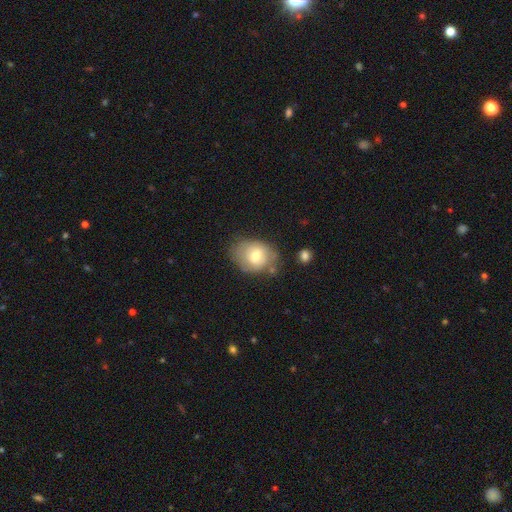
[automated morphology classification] smooth 66%, featured or disk 26%, star or artifact 8%. Down the decision tree: how rounded — in between (57%); merging — none (58%).